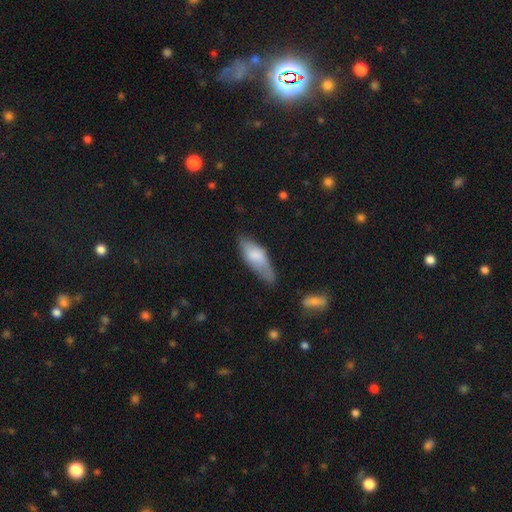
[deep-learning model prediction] Smooth or featured: smooth — 63% (featured or disk — 31%)
How rounded: in between — 64% (cigar-shaped — 34%)
Merging: none — 50% (minor disturbance — 34%)